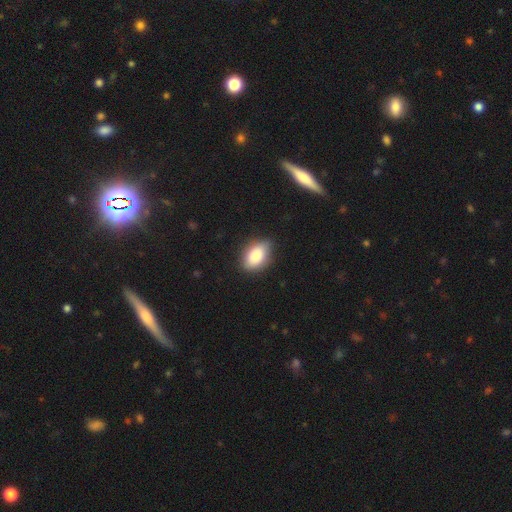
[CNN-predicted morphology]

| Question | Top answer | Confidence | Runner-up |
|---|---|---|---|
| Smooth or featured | smooth | 83% | featured or disk (9%) |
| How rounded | in between | 88% | round (10%) |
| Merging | none | 82% | minor disturbance (14%) |